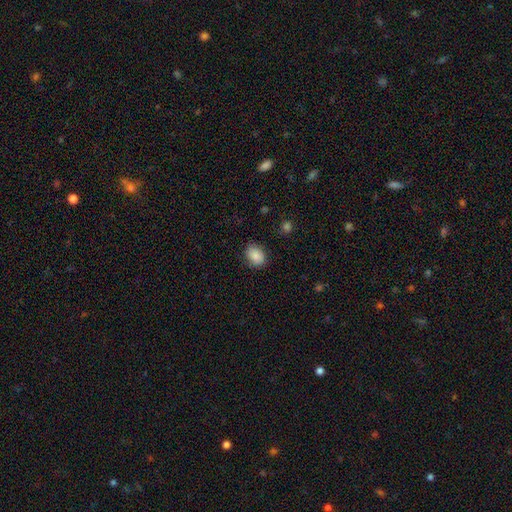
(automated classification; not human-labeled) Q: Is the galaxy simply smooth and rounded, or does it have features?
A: smooth — 87%.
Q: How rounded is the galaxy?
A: in between — 66%.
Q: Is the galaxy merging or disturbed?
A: none — 81%.